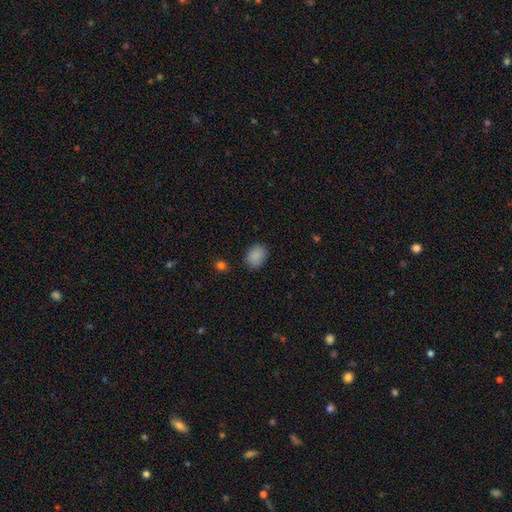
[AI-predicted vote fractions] Q: Smooth or featured?
A: smooth (88%); runner-up: star or artifact (8%)
Q: How rounded?
A: in between (62%); runner-up: round (37%)
Q: Merging?
A: none (86%); runner-up: minor disturbance (10%)